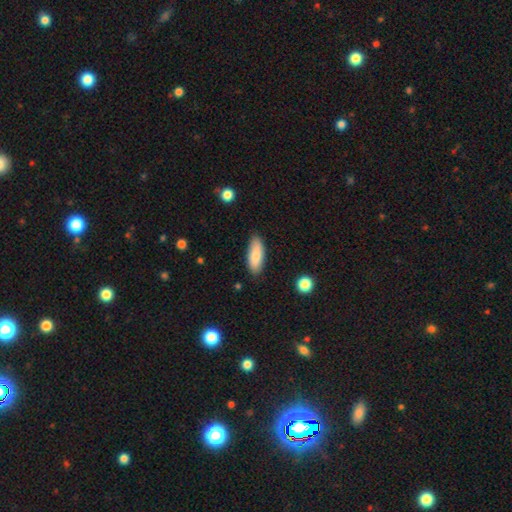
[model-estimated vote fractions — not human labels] A smooth galaxy with no disk features (83%) that is in between round and cigar-shaped (71%). Merging: none (83%).